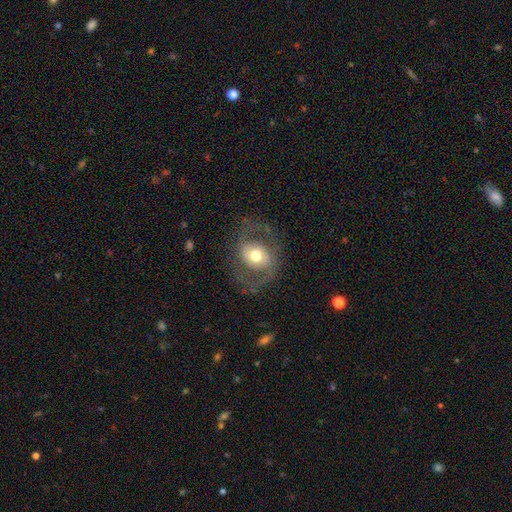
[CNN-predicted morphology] smooth_or_featured: featured or disk (p=0.71) [alt: smooth p=0.22]
disk_edge_on: no (p=0.97) [alt: yes p=0.03]
bar: no (p=0.56) [alt: weak p=0.31]
has_spiral_arms: yes (p=0.78) [alt: no p=0.22]
spiral_winding: medium (p=0.52) [alt: loose p=0.30]
spiral_arm_count: 2 (p=0.89) [alt: can't tell p=0.05]
bulge_size: moderate (p=0.67) [alt: large p=0.21]
merging: none (p=0.72) [alt: minor disturbance p=0.14]